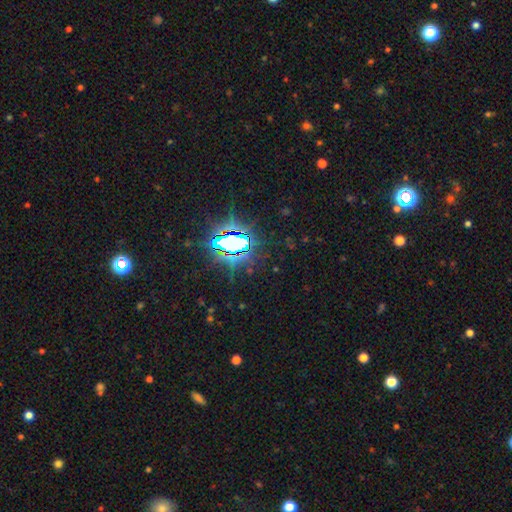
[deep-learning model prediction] Smooth or featured: star or artifact — 83% (smooth — 10%)